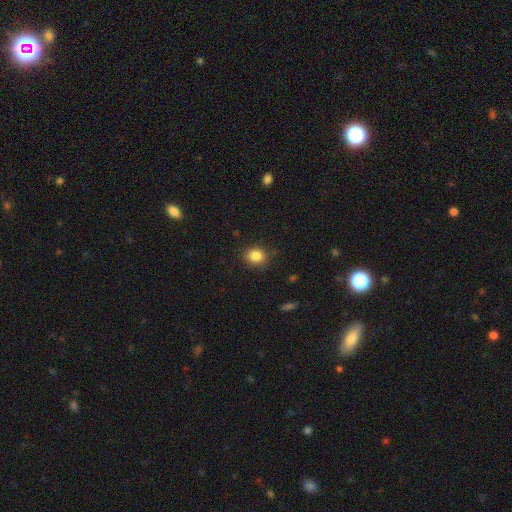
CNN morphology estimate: smooth 84%, star or artifact 10%, featured or disk 5%. Down the decision tree: how rounded — round (62%); merging — none (87%).